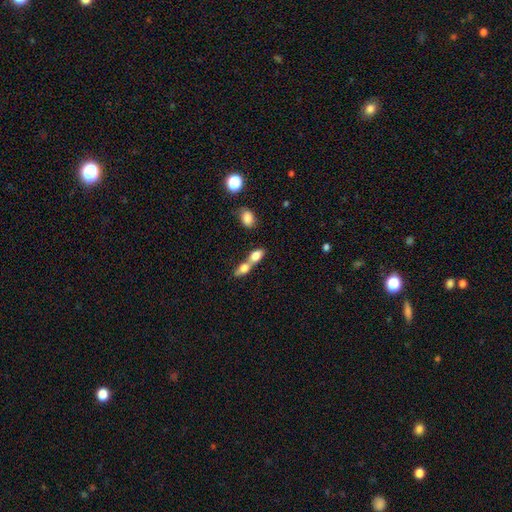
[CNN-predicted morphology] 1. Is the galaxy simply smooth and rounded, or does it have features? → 76% smooth, 15% featured or disk, 9% star or artifact.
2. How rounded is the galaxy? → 71% in between, 17% round, 11% cigar-shaped.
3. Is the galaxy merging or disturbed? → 71% merger, 19% none, 6% minor disturbance, 4% major disturbance.